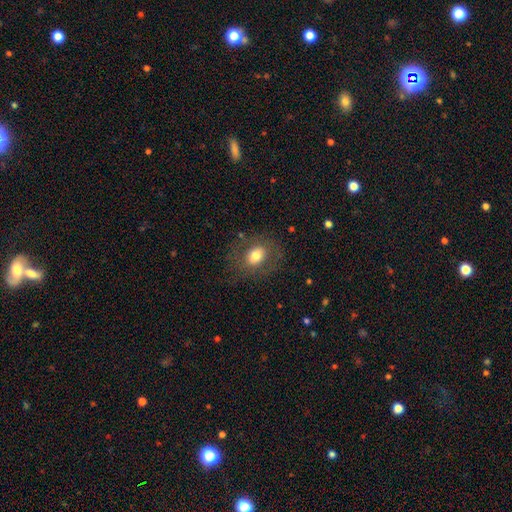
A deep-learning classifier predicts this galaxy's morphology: This is likely a smooth galaxy (69%). How rounded: possibly in between (56%). Merging: likely none (74%).